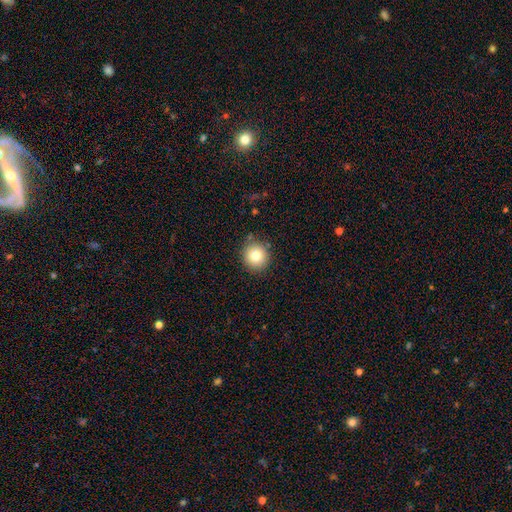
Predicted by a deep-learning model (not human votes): Smooth or featured?
  - smooth: 80% *
  - star or artifact: 11%
  - featured or disk: 9%
How rounded?
  - round: 91% *
  - in between: 8%
  - cigar-shaped: 1%
Merging?
  - none: 86% *
  - minor disturbance: 10%
  - major disturbance: 3%
  - merger: 2%